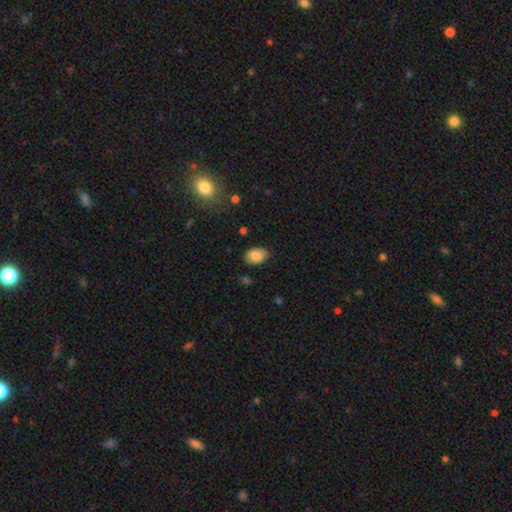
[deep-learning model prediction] This is clearly a smooth galaxy (83%). How rounded: clearly in between (80%). Merging: likely none (76%).